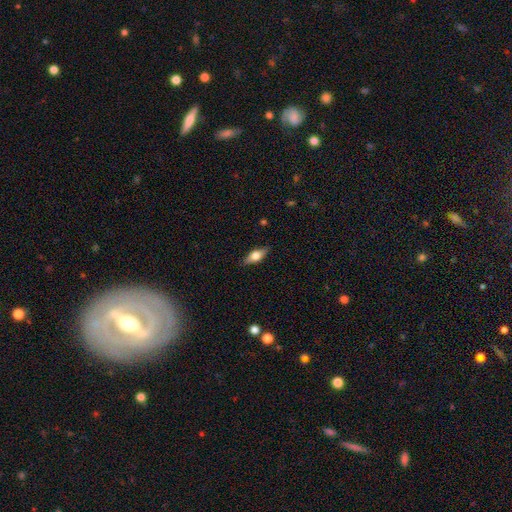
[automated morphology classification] The model was most divided on "smooth or featured": smooth: 59%, featured or disk: 34%, star or artifact: 7%. More confident: merging — none (85%); how rounded — in between (70%).